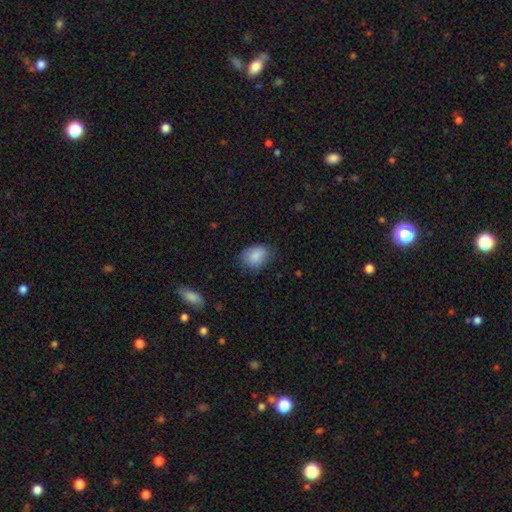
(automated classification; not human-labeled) Q: Smooth or featured?
A: smooth (87%); runner-up: star or artifact (7%)
Q: How rounded?
A: in between (71%); runner-up: round (28%)
Q: Merging?
A: none (71%); runner-up: minor disturbance (23%)